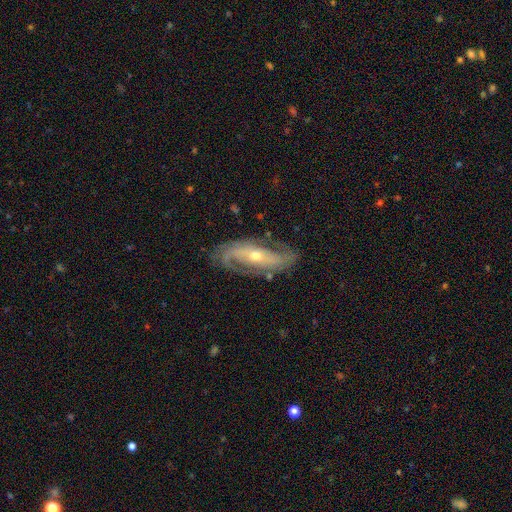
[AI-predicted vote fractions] Overall: featured or disk (85%). Edge-on disk: no (90%). Bar: no (43%; weak 30%). Spiral arms: yes (94%). Spiral arm count: 2 (80%). Spiral winding: medium (43%; tight 31%). Bulge size: moderate (59%; small 37%). Merging: none (75%).